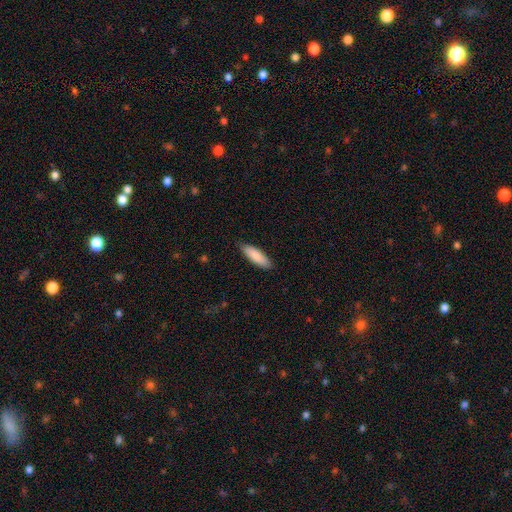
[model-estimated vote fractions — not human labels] A smooth galaxy with no disk features (86%) that is in between round and cigar-shaped (51%).

Vote fractions:
- Smooth or featured? smooth: 86% / featured or disk: 9% / star or artifact: 5%
- How rounded? in between: 51% / cigar-shaped: 47% / round: 1%
- Merging? none: 86% / minor disturbance: 11% / major disturbance: 2% / merger: 1%